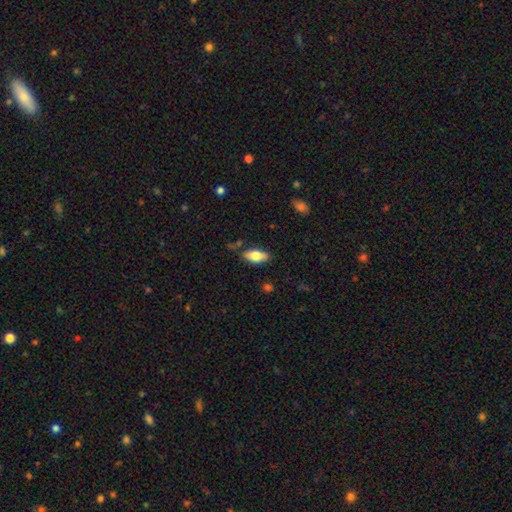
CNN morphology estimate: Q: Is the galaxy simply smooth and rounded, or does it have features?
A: smooth — 75%.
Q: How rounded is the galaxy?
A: in between — 87%.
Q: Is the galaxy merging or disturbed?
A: none — 81%.